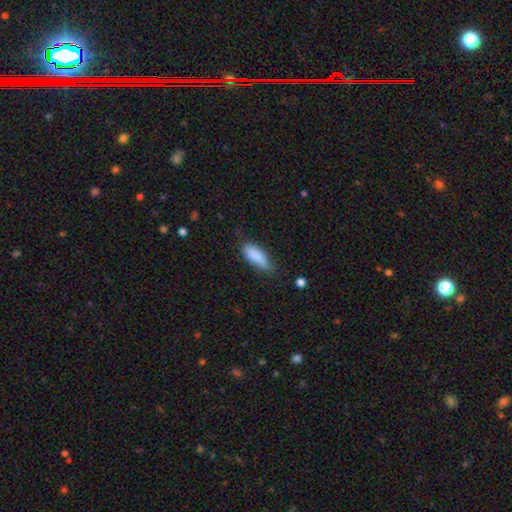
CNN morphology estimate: Smooth or featured? smooth (87%)
How rounded? in between (71%)
Merging? none (60%)